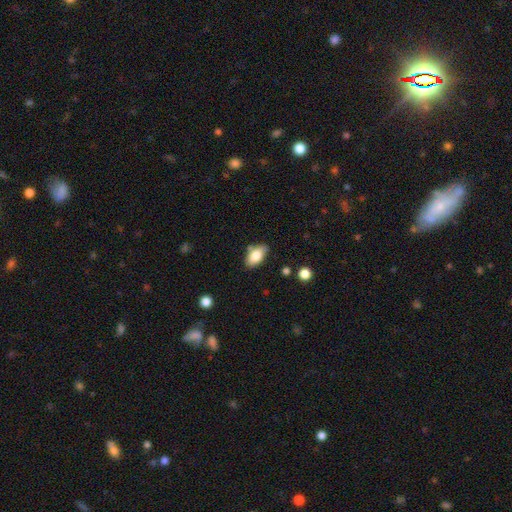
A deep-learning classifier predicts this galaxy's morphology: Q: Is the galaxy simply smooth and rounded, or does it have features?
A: smooth — 81%.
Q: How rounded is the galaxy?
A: in between — 92%.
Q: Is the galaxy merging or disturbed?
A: none — 75%.